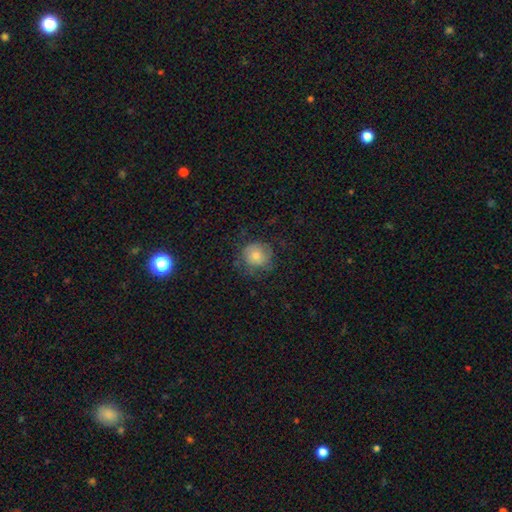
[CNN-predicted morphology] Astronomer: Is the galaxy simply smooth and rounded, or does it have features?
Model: smooth — 66%.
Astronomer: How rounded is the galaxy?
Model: round — 87%.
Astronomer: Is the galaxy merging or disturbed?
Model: none — 69%.